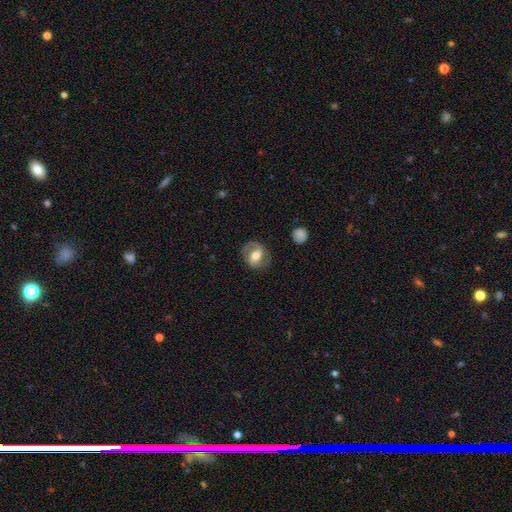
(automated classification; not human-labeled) Smooth or featured? featured or disk (74%)
Edge-on disk? no (97%)
Bar? weak (42%)
Spiral arms? yes (90%)
Spiral winding? medium (53%)
Spiral arm count? 2 (88%)
Bulge size? moderate (71%)
Merging? none (81%)